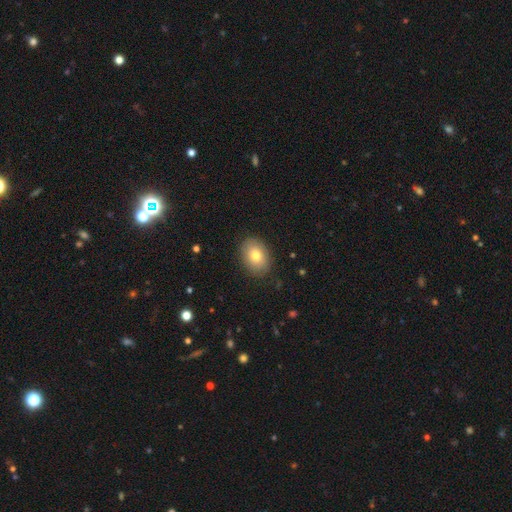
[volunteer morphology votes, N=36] Q: Smooth or featured?
A: smooth (86%); runner-up: featured or disk (14%)
Q: How rounded?
A: in between (74%); runner-up: round (26%)
Q: Merging?
A: none (86%); runner-up: minor disturbance (14%)